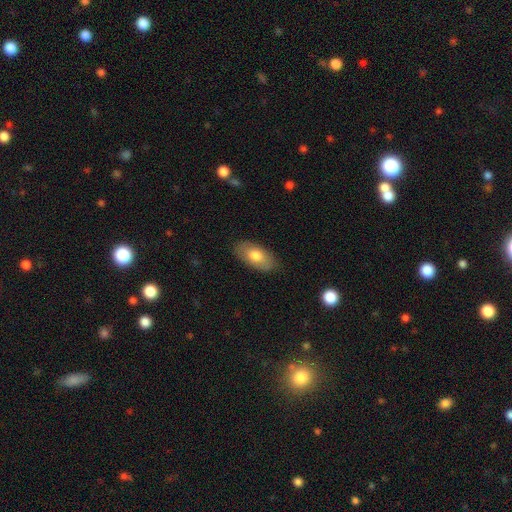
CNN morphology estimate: type=smooth (74%); roundness=in between (93%); merging=none (84%).